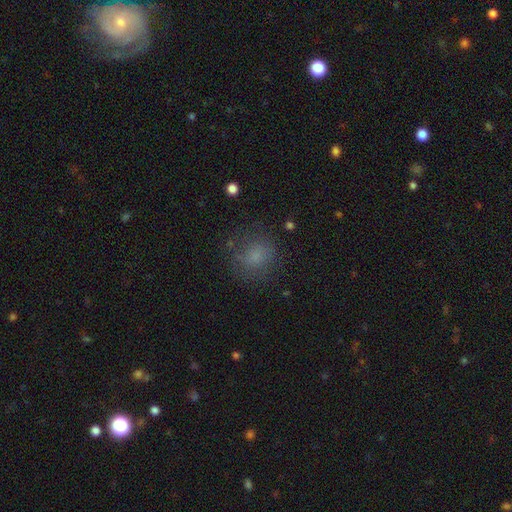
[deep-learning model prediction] smooth-or-featured: smooth: 73% | star or artifact: 15% | featured or disk: 12%
  how-rounded: round: 74% | in between: 24% | cigar-shaped: 1%
  merging: none: 71% | minor disturbance: 17% | major disturbance: 10% | merger: 2%